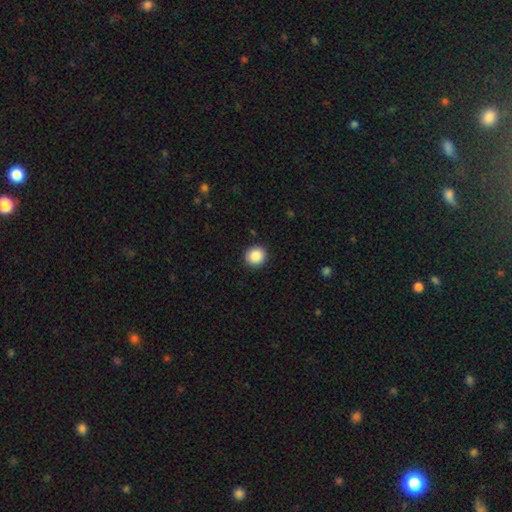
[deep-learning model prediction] This appears to be a smooth galaxy with no disk features (87%) that is round (92%). Merging: none (92%).